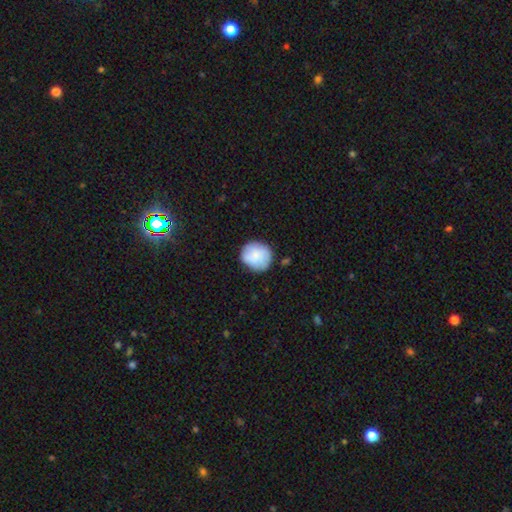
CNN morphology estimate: Overall: smooth (78%). How rounded: round (87%). Merging: none (79%).